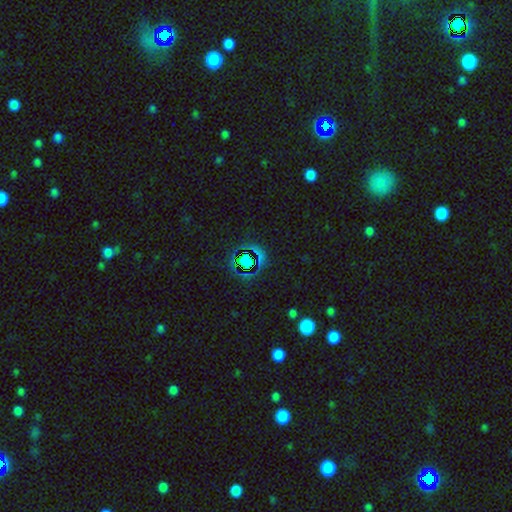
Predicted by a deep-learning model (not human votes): Q: Smooth or featured?
A: star or artifact (71%); runner-up: smooth (19%)